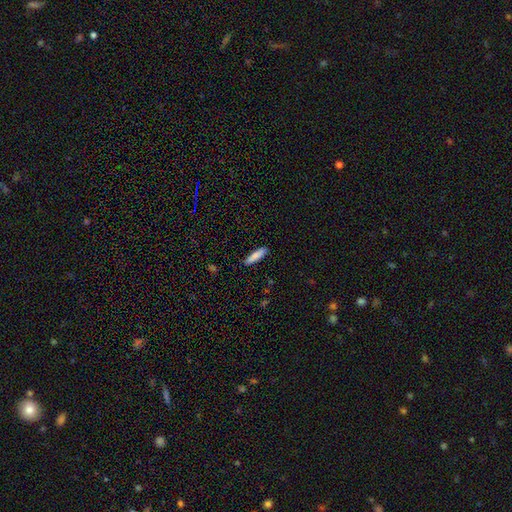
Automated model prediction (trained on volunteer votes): Overall: smooth (83%). How rounded: cigar-shaped (74%). Merging: none (89%).